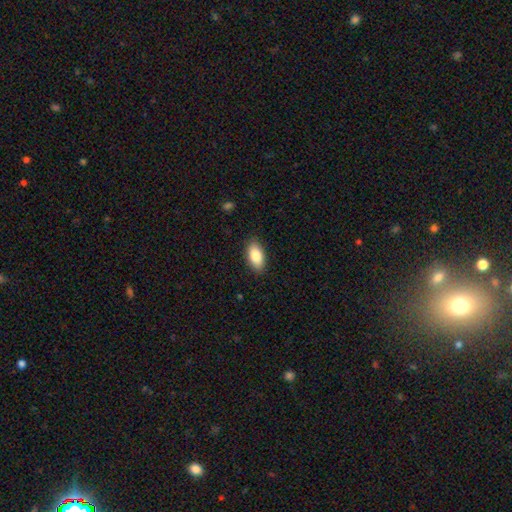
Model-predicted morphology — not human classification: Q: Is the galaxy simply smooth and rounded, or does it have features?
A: smooth — 84%.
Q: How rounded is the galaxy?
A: in between — 90%.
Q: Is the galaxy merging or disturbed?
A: none — 88%.